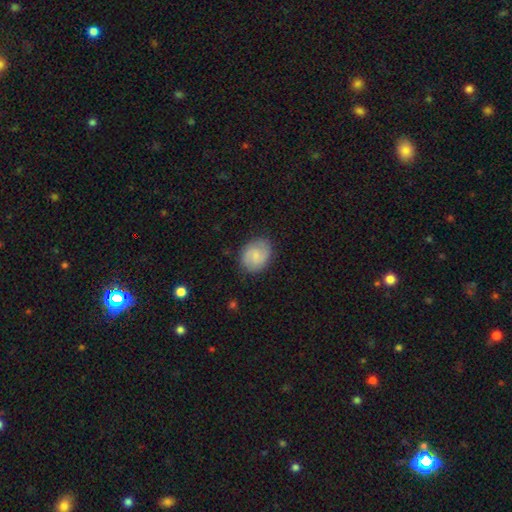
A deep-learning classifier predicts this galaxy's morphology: type=featured or disk (51%); edge-on=no (98%); merging=none (81%).